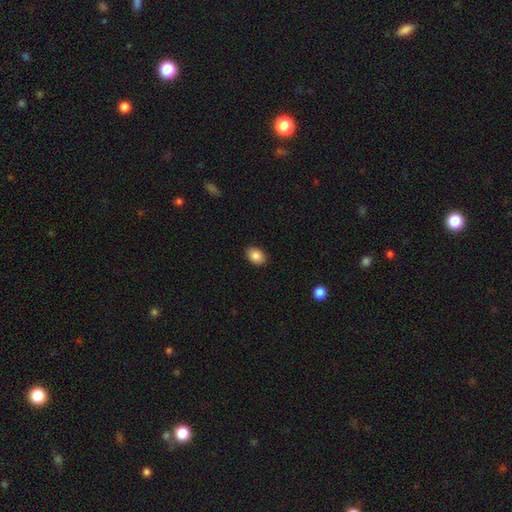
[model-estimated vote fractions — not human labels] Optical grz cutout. It shows a smooth galaxy with no disk features (87%) that is in between round and cigar-shaped (76%). Merging: none (89%).